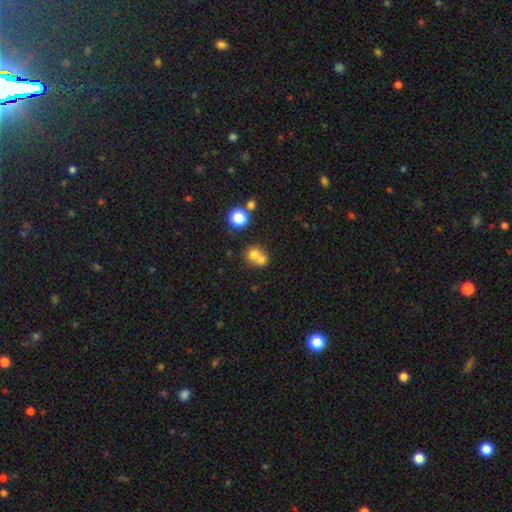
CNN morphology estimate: Overall: smooth (70%). How rounded: round (78%). Merging: merger (60%; none 31%).